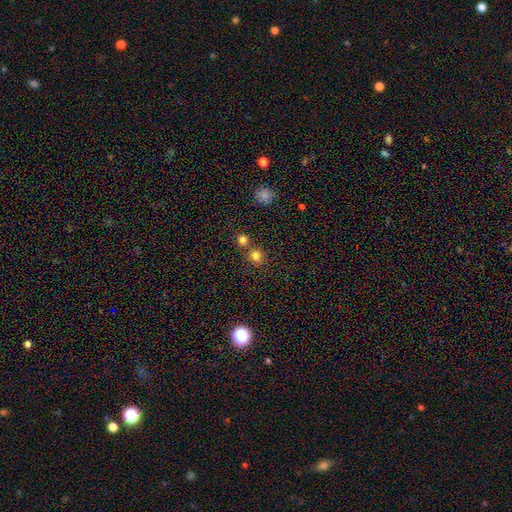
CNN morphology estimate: Q: Smooth or featured?
A: smooth (78%); runner-up: star or artifact (16%)
Q: How rounded?
A: round (87%); runner-up: in between (12%)
Q: Merging?
A: none (64%); runner-up: merger (26%)